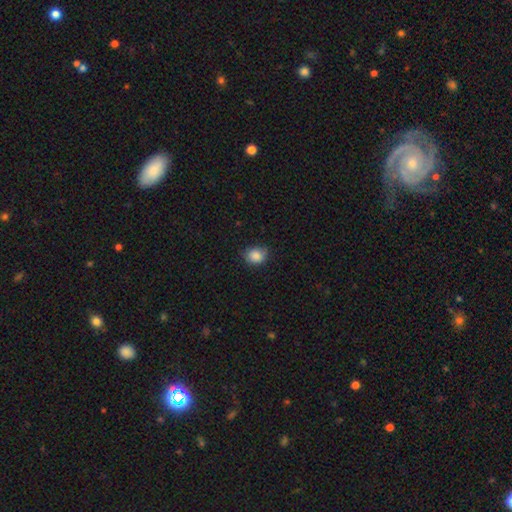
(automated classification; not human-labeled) Morphology: type=smooth (87%); roundness=round (58%); merging=none (75%).